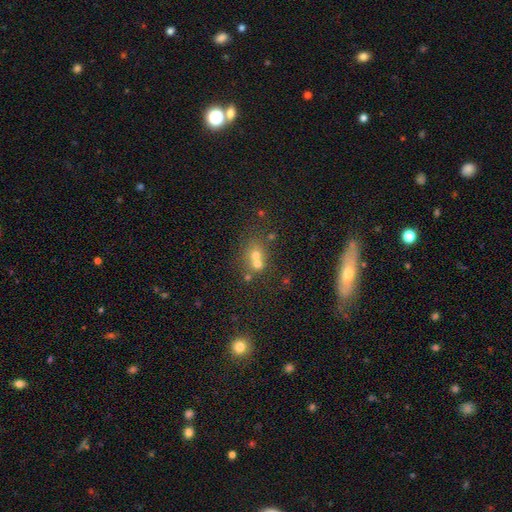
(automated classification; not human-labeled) This is possibly a smooth galaxy (54%). How rounded: likely round (63%). Merging: possibly none (47%).